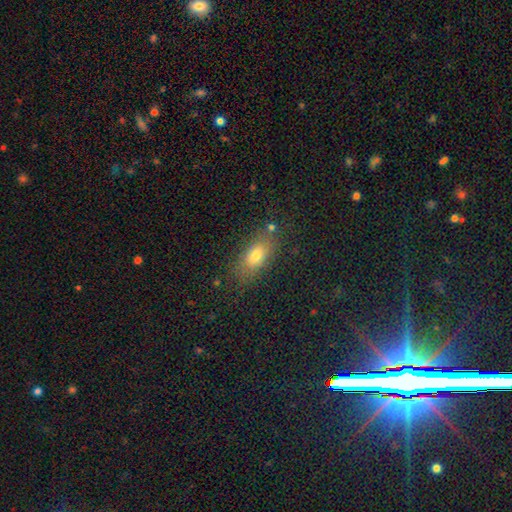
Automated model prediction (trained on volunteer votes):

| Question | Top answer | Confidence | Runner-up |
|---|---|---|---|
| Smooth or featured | smooth | 74% | featured or disk (14%) |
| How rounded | in between | 79% | cigar-shaped (13%) |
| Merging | none | 80% | minor disturbance (13%) |